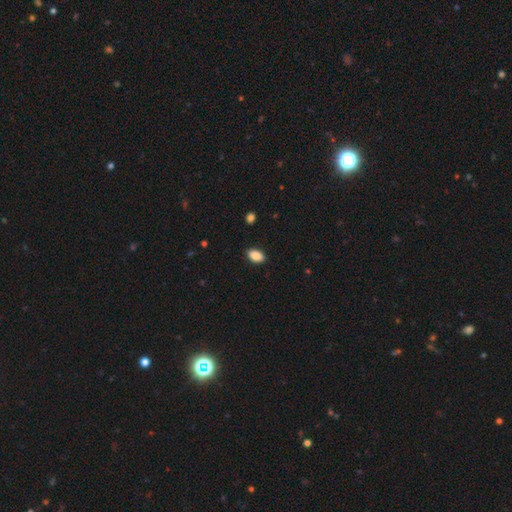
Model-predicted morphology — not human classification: A smooth galaxy with no disk features (89%) that is in between round and cigar-shaped (92%). Merging: none (88%).